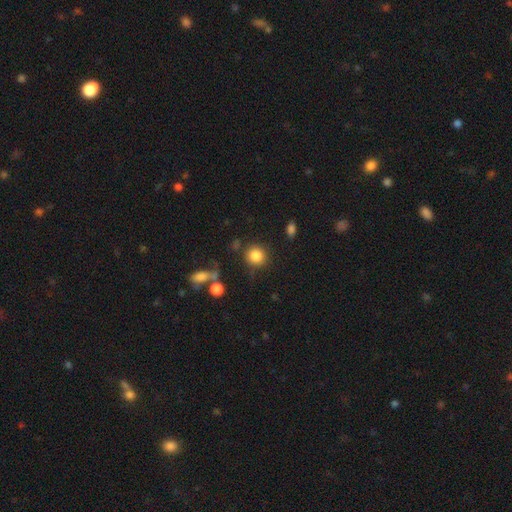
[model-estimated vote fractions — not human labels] Smooth or featured? smooth (85%)
How rounded? round (89%)
Merging? none (80%)